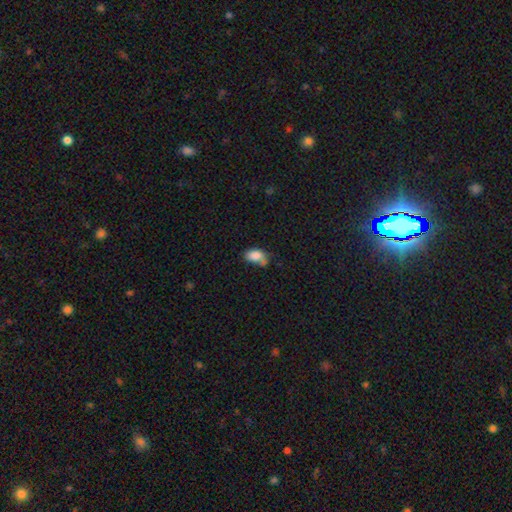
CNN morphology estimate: smooth 83%, star or artifact 9%, featured or disk 8%. Down the decision tree: how rounded — in between (87%); merging — none (40%).